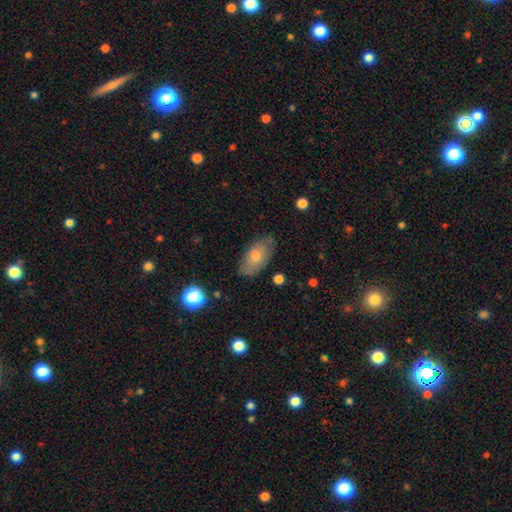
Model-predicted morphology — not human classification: smooth 68%, featured or disk 24%, star or artifact 8%. Down the decision tree: how rounded — in between (91%); merging — none (80%).